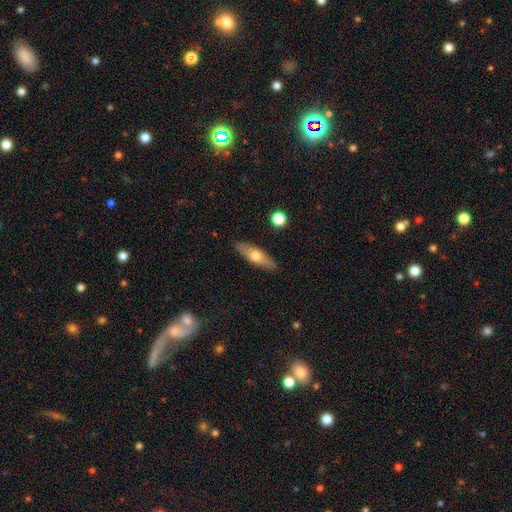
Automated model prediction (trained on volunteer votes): Overall: smooth (55%; featured or disk 39%). How rounded: cigar-shaped (49%; in between 47%). Merging: none (88%).